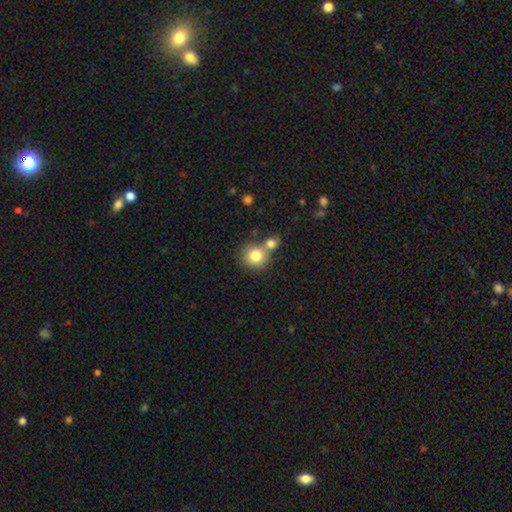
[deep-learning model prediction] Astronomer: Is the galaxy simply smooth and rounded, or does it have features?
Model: smooth — 81%.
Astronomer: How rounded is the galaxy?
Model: round — 87%.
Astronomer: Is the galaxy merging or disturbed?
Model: none — 54% (runner-up: merger, 34%).